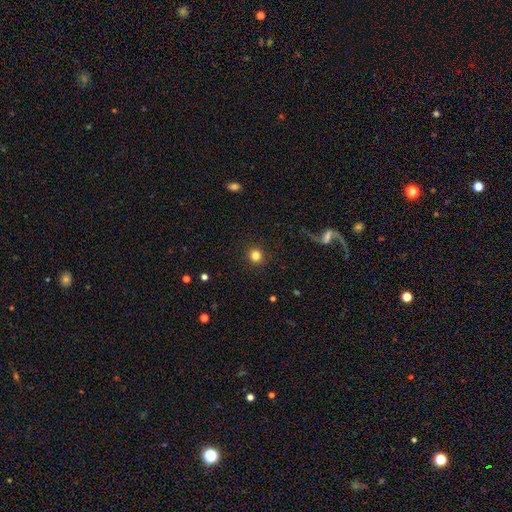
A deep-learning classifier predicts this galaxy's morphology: Smooth or featured? Predicted: smooth (p=0.82). How rounded? Predicted: round (p=0.93). Merging? Predicted: none (p=0.91).